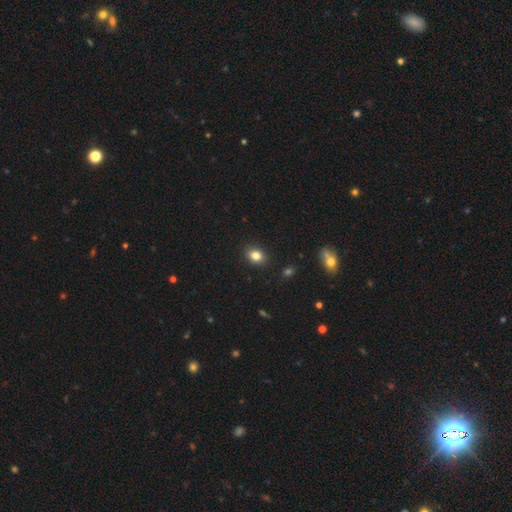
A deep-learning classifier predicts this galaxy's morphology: A smooth galaxy with no disk features (83%) that is in between round and cigar-shaped (61%).

Vote fractions:
- Smooth or featured? smooth: 83% / star or artifact: 11% / featured or disk: 7%
- How rounded? in between: 61% / round: 38% / cigar-shaped: 1%
- Merging? none: 89% / minor disturbance: 8% / major disturbance: 2% / merger: 1%